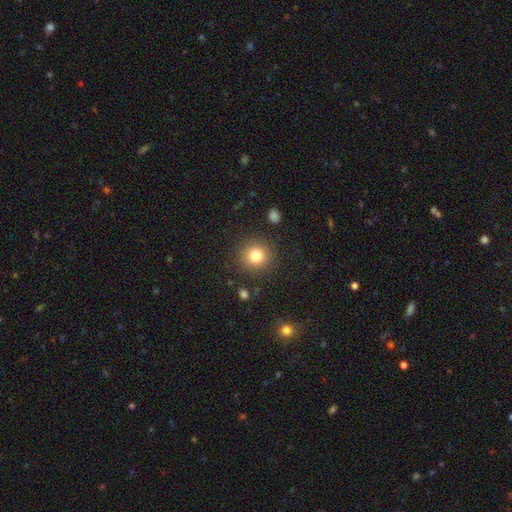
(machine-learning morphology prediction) Overall: smooth (81%). How rounded: round (91%). Merging: none (88%).